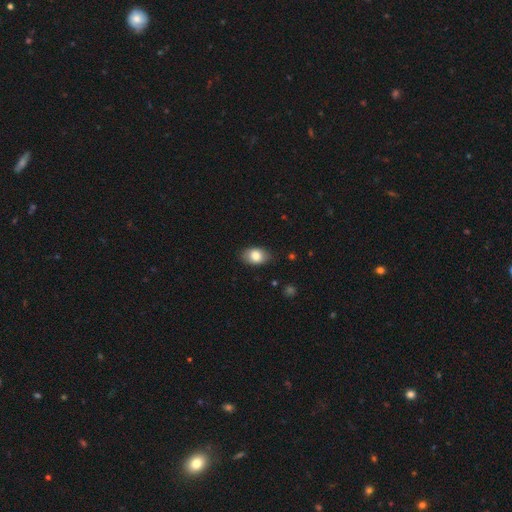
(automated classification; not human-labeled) This is clearly a smooth galaxy (82%). How rounded: clearly in between (84%). Merging: clearly none (83%).